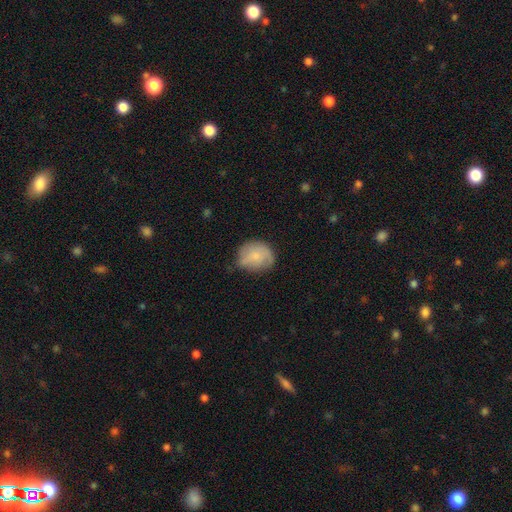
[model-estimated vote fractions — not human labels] The model was most divided on "merging": none: 55%, minor disturbance: 34%, major disturbance: 9%, merger: 2%. More confident: smooth or featured — smooth (69%); how rounded — round (67%).